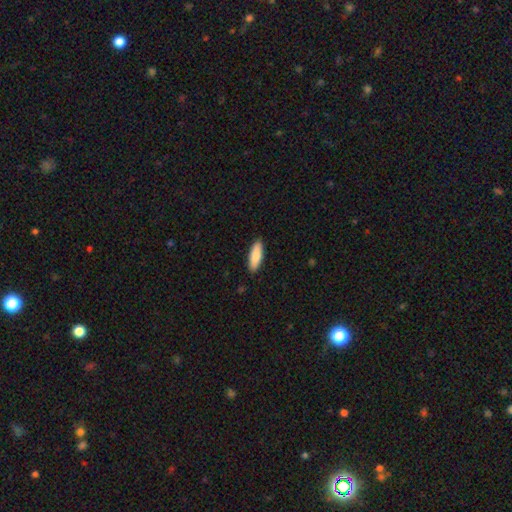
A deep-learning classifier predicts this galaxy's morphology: Smooth or featured?
  - smooth: 84% *
  - featured or disk: 10%
  - star or artifact: 5%
How rounded?
  - in between: 56% *
  - cigar-shaped: 43%
  - round: 2%
Merging?
  - none: 90% *
  - minor disturbance: 8%
  - major disturbance: 2%
  - merger: 1%